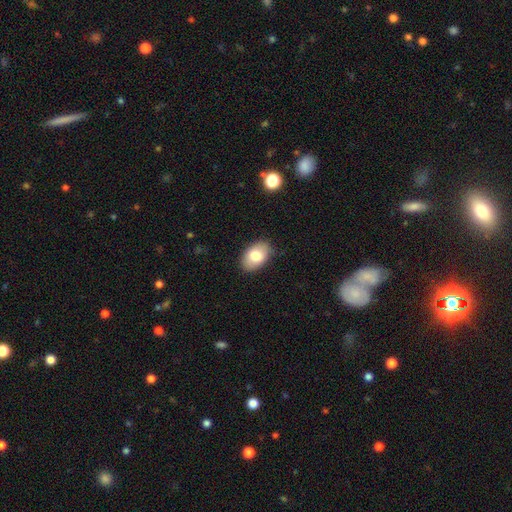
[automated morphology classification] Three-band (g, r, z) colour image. It shows a smooth galaxy with no disk features (78%) that is in between round and cigar-shaped (89%). Merging: none (85%).